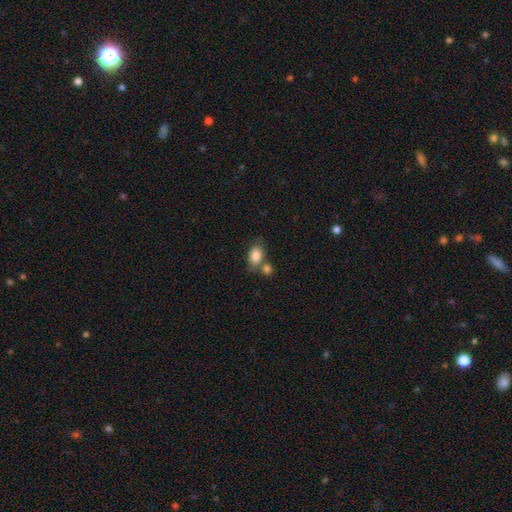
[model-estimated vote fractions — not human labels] The model was most divided on "merging": none: 50%, merger: 31%, minor disturbance: 14%, major disturbance: 5%. More confident: smooth or featured — smooth (85%); how rounded — in between (77%).